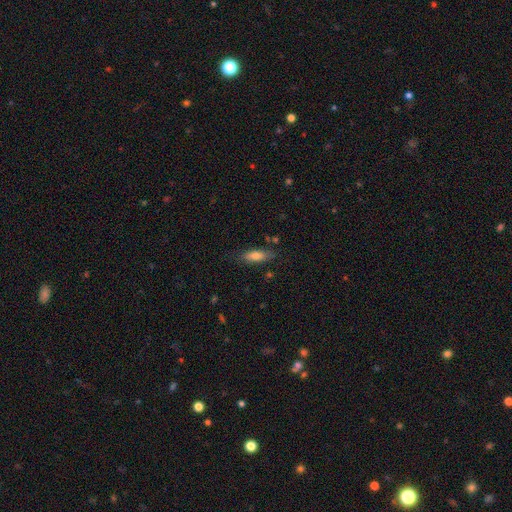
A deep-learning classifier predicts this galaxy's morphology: This appears to be a smooth galaxy with no disk features (75%) that is in between round and cigar-shaped (61%). Merging: none (78%).